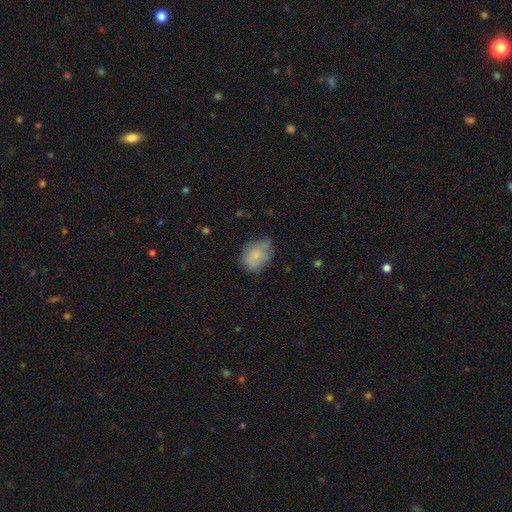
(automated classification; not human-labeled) This appears to be a smooth galaxy with no disk features (78%) that is in between round and cigar-shaped (59%). Merging: none (59%).